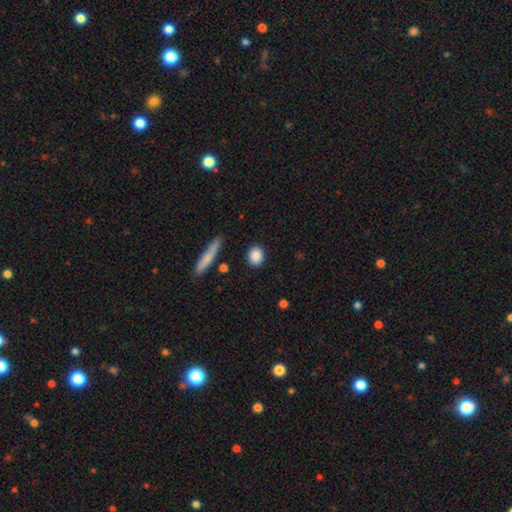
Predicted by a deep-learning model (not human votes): smooth 87%, star or artifact 7%, featured or disk 5%. Down the decision tree: how rounded — round (60%); merging — none (88%).